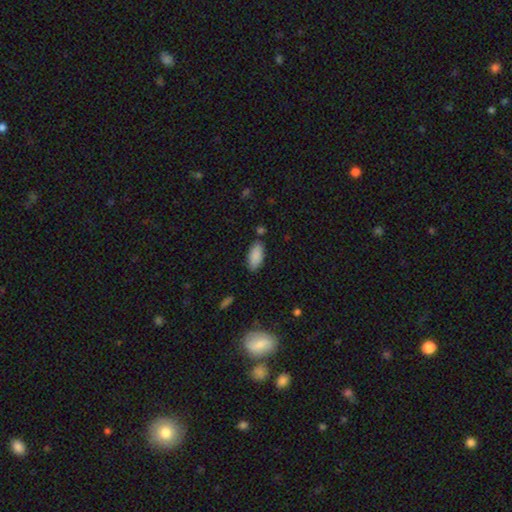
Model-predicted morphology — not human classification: This is clearly a smooth galaxy (88%). How rounded: clearly in between (88%). Merging: clearly none (81%).